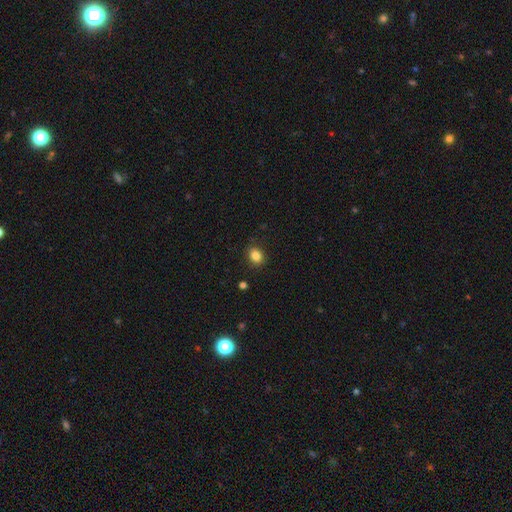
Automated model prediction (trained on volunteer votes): A smooth galaxy with no disk features (84%) that is round (53%). Merging: none (89%).